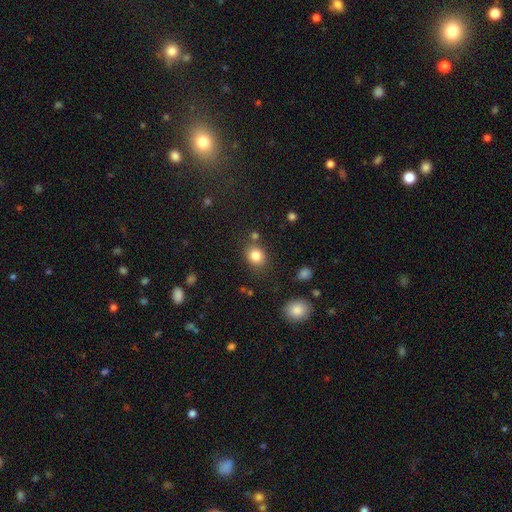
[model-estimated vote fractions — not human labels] Smooth or featured? Predicted: smooth (p=0.83). How rounded? Predicted: round (p=0.67). Merging? Predicted: none (p=0.78).